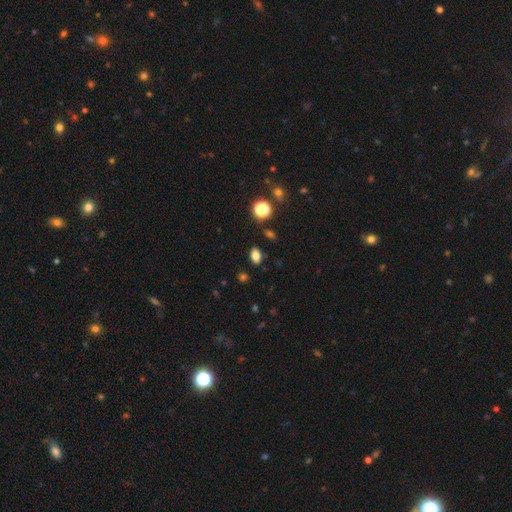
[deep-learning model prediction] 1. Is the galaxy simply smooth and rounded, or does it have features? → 80% smooth, 14% star or artifact, 6% featured or disk.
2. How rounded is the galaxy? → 83% in between, 15% round, 2% cigar-shaped.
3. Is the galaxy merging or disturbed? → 87% none, 9% minor disturbance, 2% major disturbance, 2% merger.